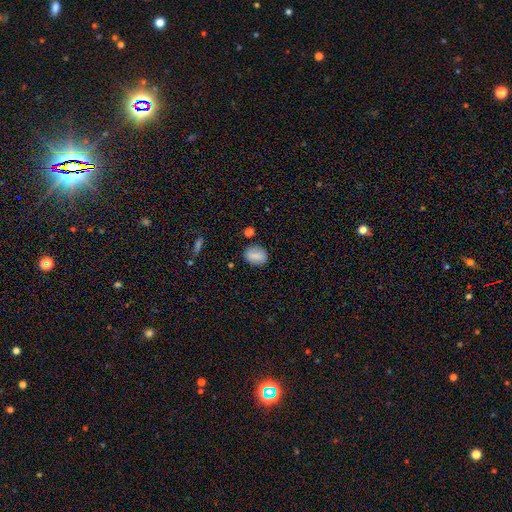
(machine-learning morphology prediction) This appears to be a smooth galaxy with no disk features (81%) that is in between round and cigar-shaped (63%). Merging: none (80%).